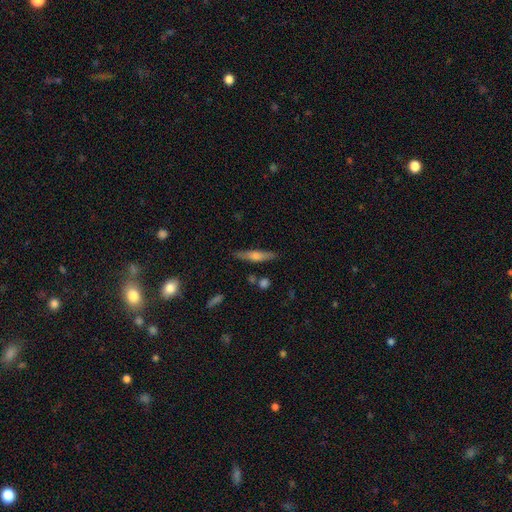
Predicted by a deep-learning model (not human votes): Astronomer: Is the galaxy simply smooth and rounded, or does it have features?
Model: smooth — 50% (runner-up: featured or disk, 43%).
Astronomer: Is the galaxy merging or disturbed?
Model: none — 83%.